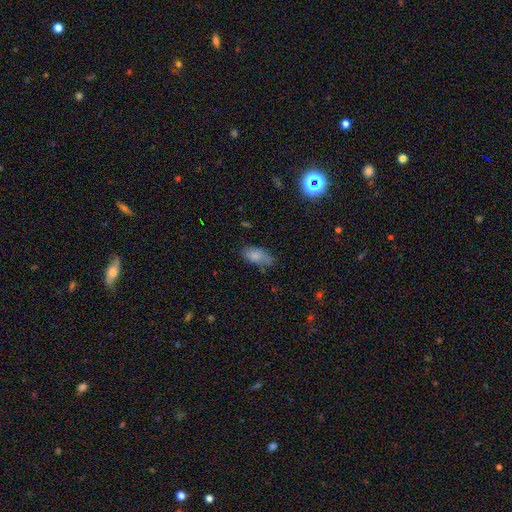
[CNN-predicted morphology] A smooth galaxy with no disk features (81%) that is in between round and cigar-shaped (91%). Merging: none (57%).